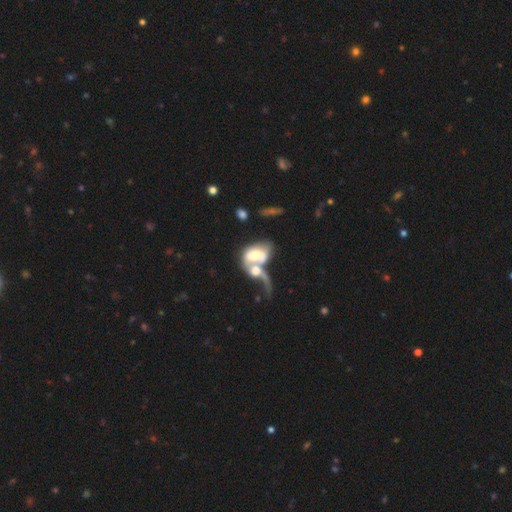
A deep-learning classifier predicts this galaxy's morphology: Smooth or featured? featured or disk (51%)
Edge-on disk? no (95%)
Merging? merger (74%)